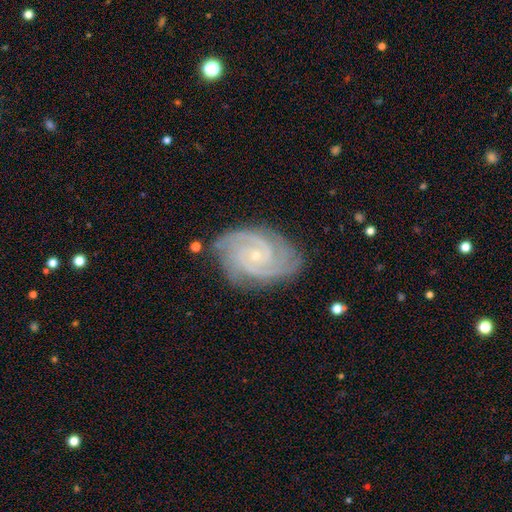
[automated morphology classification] featured or disk 91%, star or artifact 5%, smooth 4%. Down the decision tree: edge-on disk — no (98%); bar — no (69%); spiral arms — yes (99%); spiral arm count — 2 (39%); spiral winding — tight (66%); bulge size — small (84%); merging — none (78%).